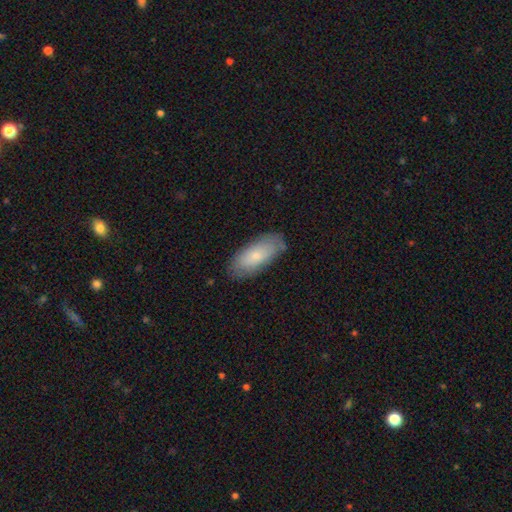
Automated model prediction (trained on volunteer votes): smooth-or-featured: smooth: 76% | featured or disk: 18% | star or artifact: 6%
  how-rounded: in between: 84% | cigar-shaped: 15% | round: 2%
  merging: none: 80% | minor disturbance: 16% | major disturbance: 3% | merger: 1%